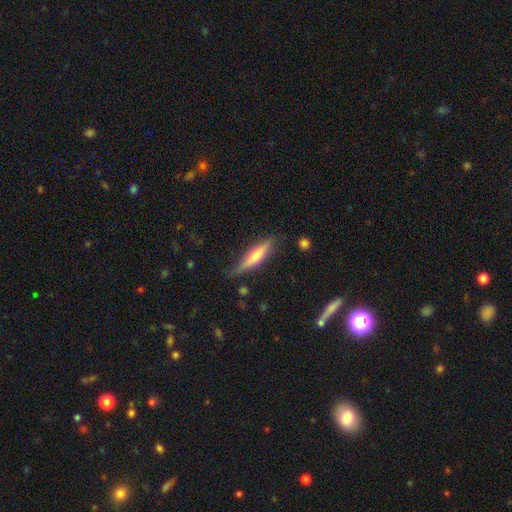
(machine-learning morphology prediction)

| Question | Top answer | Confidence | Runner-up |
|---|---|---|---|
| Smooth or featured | smooth | 50% | featured or disk (44%) |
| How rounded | cigar-shaped | 80% | in between (18%) |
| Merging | none | 75% | minor disturbance (19%) |